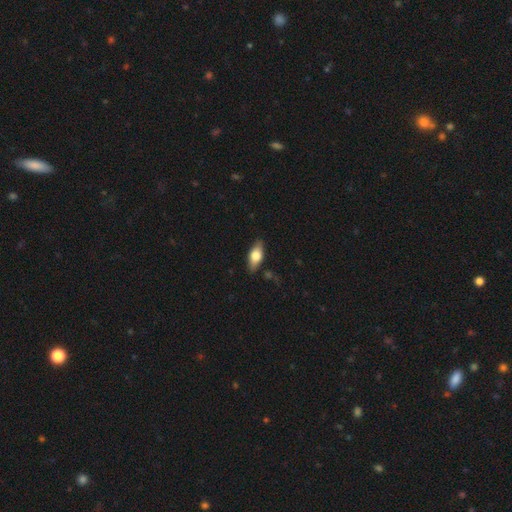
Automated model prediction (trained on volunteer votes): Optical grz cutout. It shows a smooth galaxy with no disk features (65%) that is in between round and cigar-shaped (83%). Merging: none (84%).